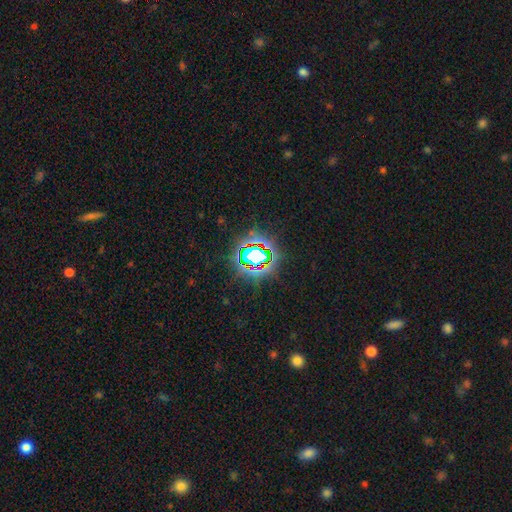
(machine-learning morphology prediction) This is likely a star or artifact rather than a galaxy (66%).